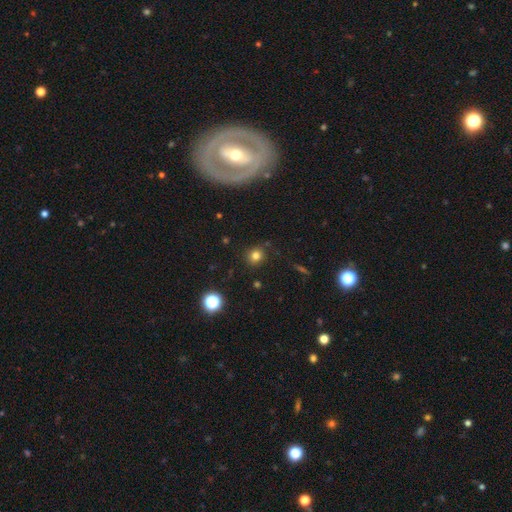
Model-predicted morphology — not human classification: Smooth or featured? smooth (77%)
How rounded? round (88%)
Merging? none (85%)